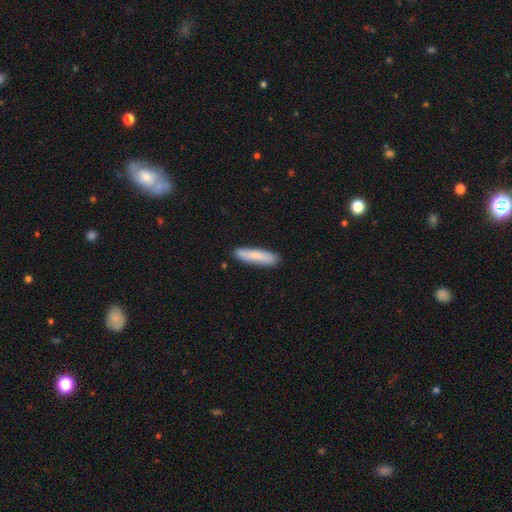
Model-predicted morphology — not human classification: Q: Smooth or featured?
A: smooth (82%); runner-up: featured or disk (12%)
Q: How rounded?
A: cigar-shaped (82%); runner-up: in between (17%)
Q: Merging?
A: none (87%); runner-up: minor disturbance (10%)